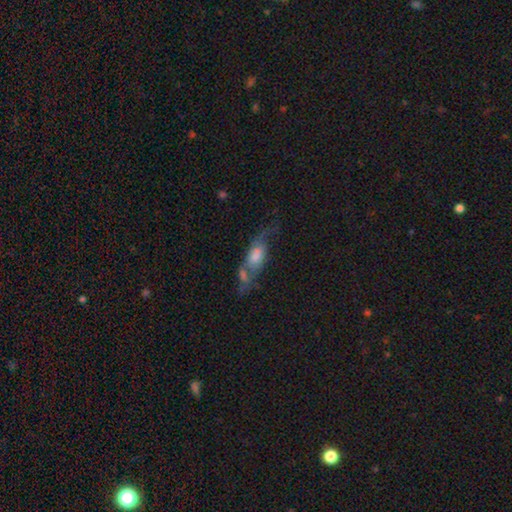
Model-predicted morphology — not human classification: Q: Smooth or featured?
A: featured or disk (52%); runner-up: smooth (38%)
Q: Edge-on disk?
A: no (73%); runner-up: yes (27%)
Q: Merging?
A: none (32%); runner-up: merger (28%)